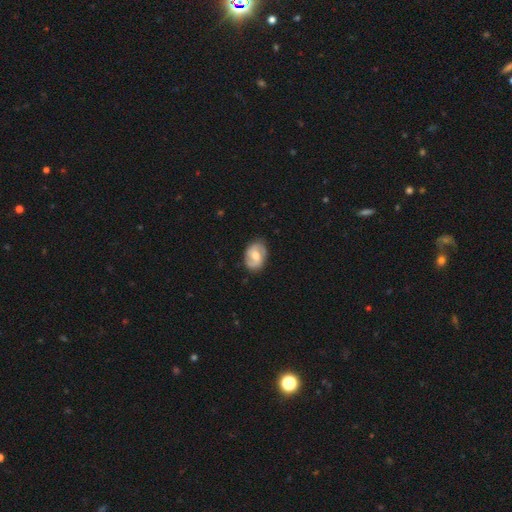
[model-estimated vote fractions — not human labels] A featured or disk galaxy (64%) with a weak bar (47%), 2 (86%) medium (45%) spiral arms (83%) and a moderate central bulge (70%).

Vote fractions:
- Smooth or featured? featured or disk: 64% / smooth: 30% / star or artifact: 6%
- Edge-on disk? no: 97% / yes: 3%
- Bar? weak: 47% / no: 38% / strong: 16%
- Spiral arms? yes: 83% / no: 17%
- Spiral winding? medium: 45% / tight: 31% / loose: 24%
- Spiral arm count? 2: 86% / can't tell: 8% / 1: 2% / 3: 1% / 4: 1% / more than 4: 1%
- Bulge size? moderate: 70% / small: 18% / large: 9% / none: 2% / dominant: 1%
- Merging? none: 82% / minor disturbance: 14% / major disturbance: 3% / merger: 1%